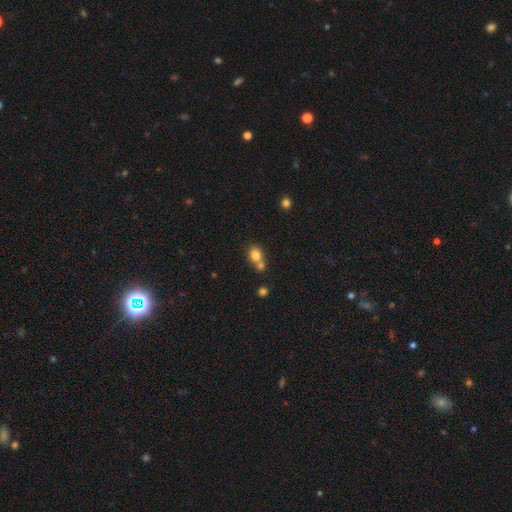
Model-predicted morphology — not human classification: smooth 79%, star or artifact 11%, featured or disk 10%. Down the decision tree: how rounded — round (57%); merging — merger (47%).